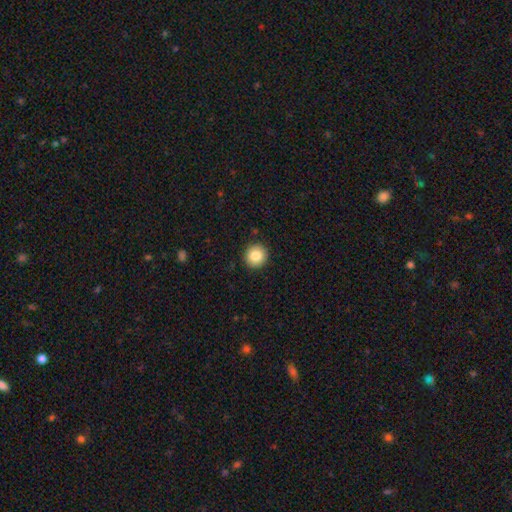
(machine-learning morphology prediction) smooth 84%, star or artifact 9%, featured or disk 7%. Down the decision tree: how rounded — round (92%); merging — none (92%).